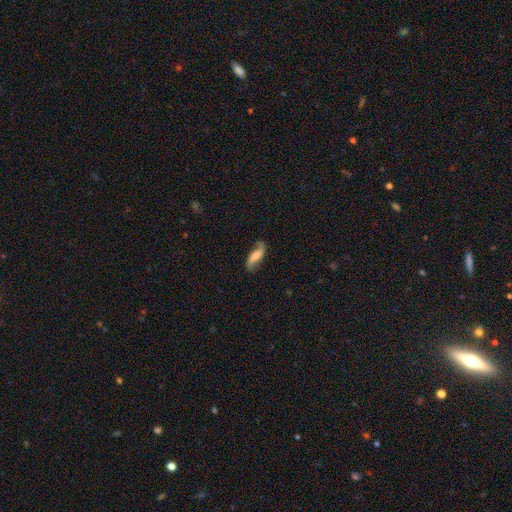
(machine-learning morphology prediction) type=featured or disk (69%); edge-on=no (87%); bar=no (39%); spiral arms=yes (93%); winding=loose (77%); arm count=2 (90%); bulge=moderate (43%); merging=none (74%).